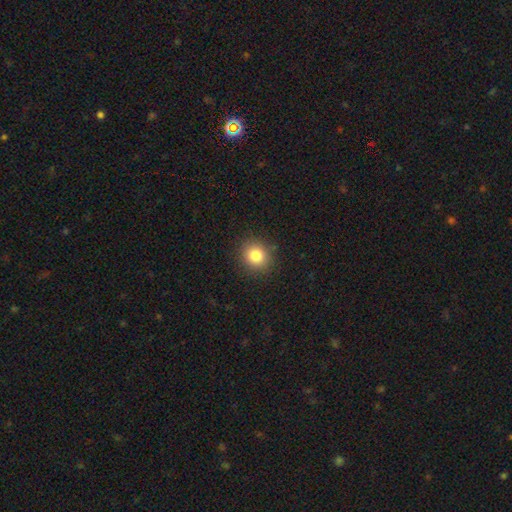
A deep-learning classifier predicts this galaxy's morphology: smooth_or_featured: smooth (p=0.83) [alt: star or artifact p=0.11]
how_rounded: round (p=0.81) [alt: in between p=0.18]
merging: none (p=0.89) [alt: minor disturbance p=0.08]